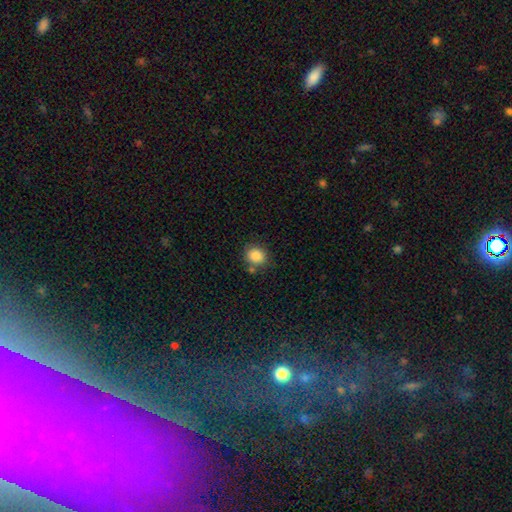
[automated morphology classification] This is clearly a smooth galaxy (86%). How rounded: likely round (69%). Merging: likely none (75%).